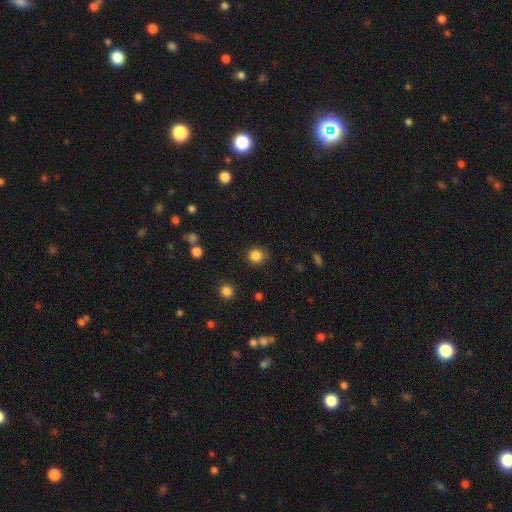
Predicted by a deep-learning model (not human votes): smooth_or_featured: smooth (p=0.85) [alt: star or artifact p=0.12]
how_rounded: round (p=0.89) [alt: in between p=0.10]
merging: none (p=0.84) [alt: minor disturbance p=0.11]